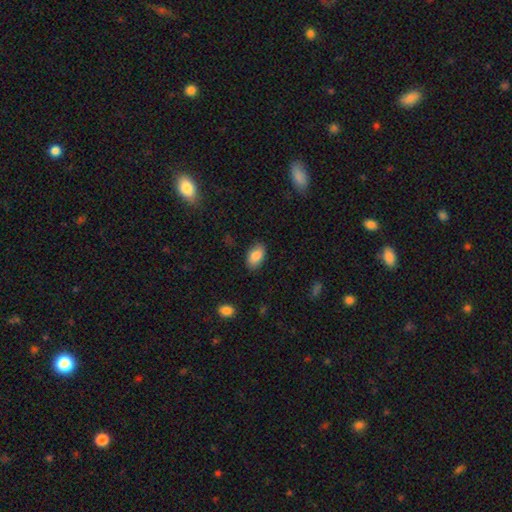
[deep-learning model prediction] smooth_or_featured: smooth (p=0.87) [alt: star or artifact p=0.07]
how_rounded: in between (p=0.92) [alt: round p=0.06]
merging: none (p=0.84) [alt: minor disturbance p=0.12]